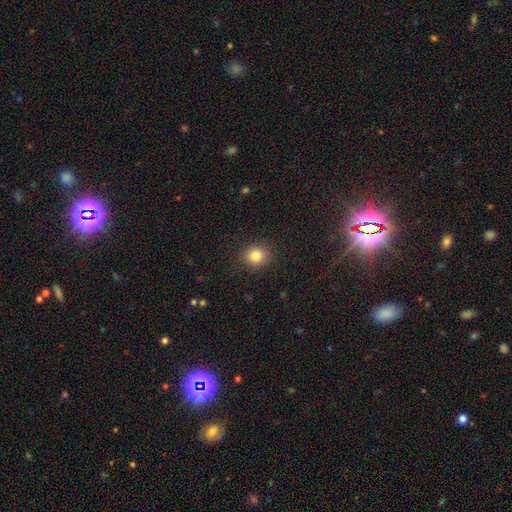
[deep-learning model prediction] Smooth or featured? smooth (83%)
How rounded? round (85%)
Merging? none (90%)